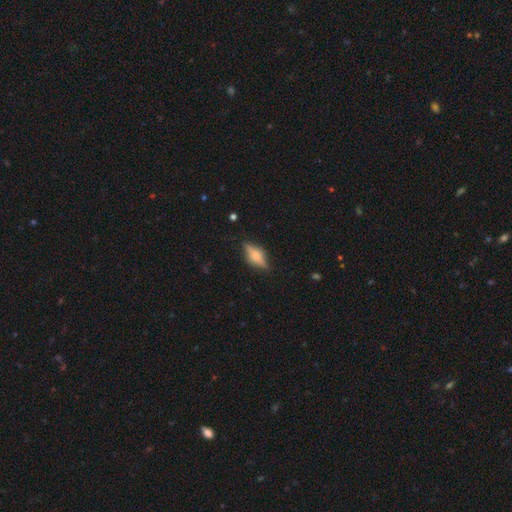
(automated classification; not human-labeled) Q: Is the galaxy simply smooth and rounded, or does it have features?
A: featured or disk — 51%.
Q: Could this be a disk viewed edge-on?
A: yes — 91%.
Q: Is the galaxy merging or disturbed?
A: none — 80%.